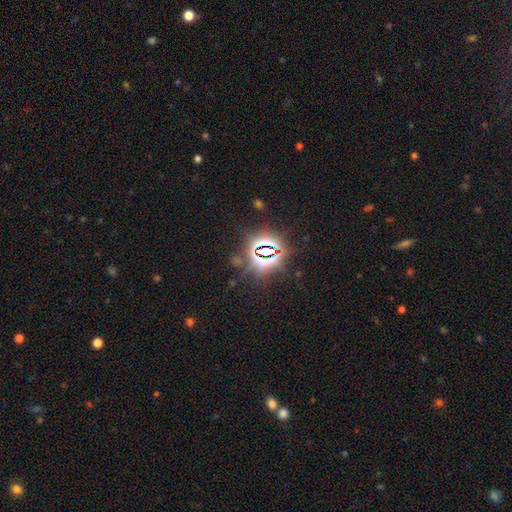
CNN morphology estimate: This appears to be a star or artifact, not a galaxy (83%).